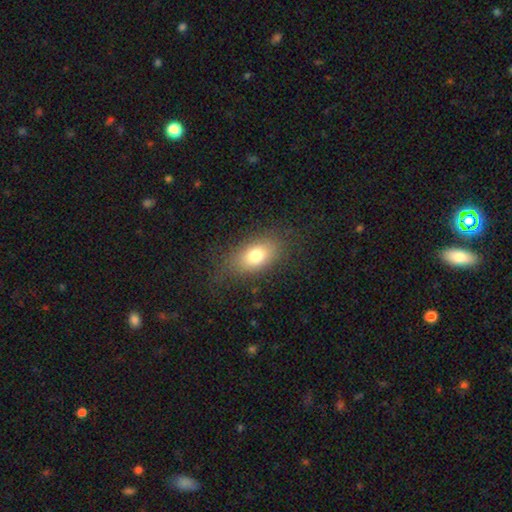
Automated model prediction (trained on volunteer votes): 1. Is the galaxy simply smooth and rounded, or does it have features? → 75% smooth, 15% featured or disk, 10% star or artifact.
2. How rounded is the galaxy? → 85% in between, 11% round, 4% cigar-shaped.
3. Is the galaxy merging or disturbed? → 77% none, 15% minor disturbance, 8% major disturbance, 1% merger.